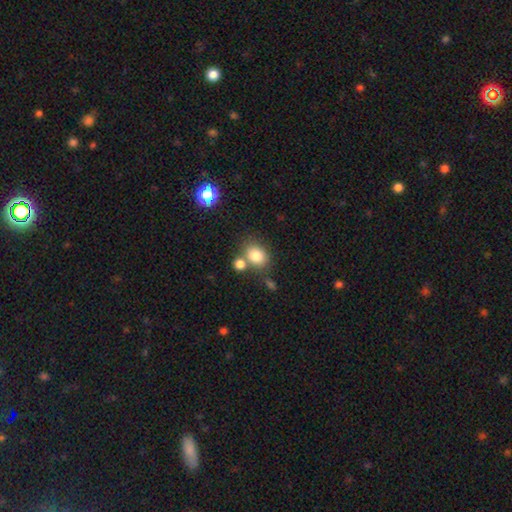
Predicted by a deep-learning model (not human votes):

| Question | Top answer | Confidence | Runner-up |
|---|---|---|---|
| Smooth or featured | smooth | 81% | star or artifact (10%) |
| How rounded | round | 51% | in between (48%) |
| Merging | none | 61% | merger (22%) |